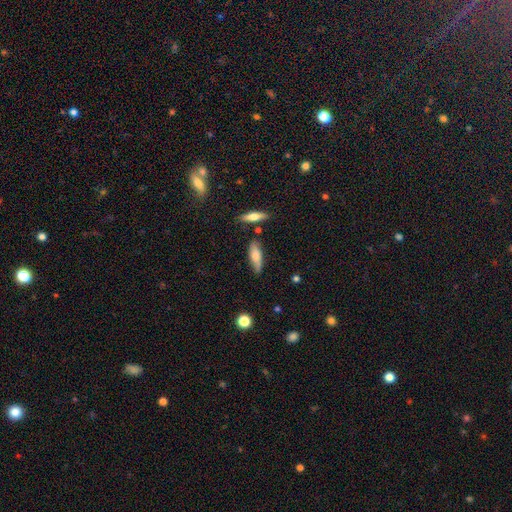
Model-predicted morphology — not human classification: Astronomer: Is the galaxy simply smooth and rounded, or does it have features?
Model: smooth — 69%.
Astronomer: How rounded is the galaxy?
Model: in between — 53% (runner-up: cigar-shaped, 44%).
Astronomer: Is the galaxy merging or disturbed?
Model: none — 64%.